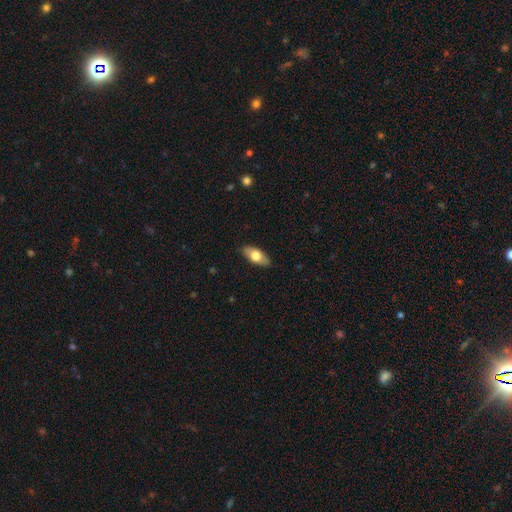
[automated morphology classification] smooth-or-featured: smooth: 68% | featured or disk: 26% | star or artifact: 6%
  how-rounded: in between: 89% | cigar-shaped: 7% | round: 3%
  merging: none: 86% | minor disturbance: 11% | major disturbance: 2% | merger: 1%